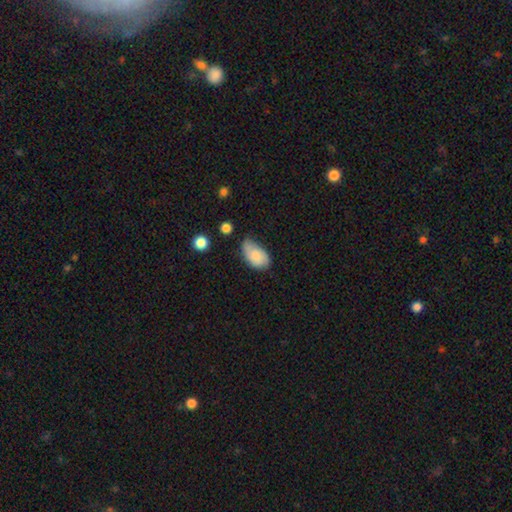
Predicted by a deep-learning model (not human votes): Smooth or featured? Predicted: smooth (p=0.79). How rounded? Predicted: in between (p=0.93). Merging? Predicted: minor disturbance (p=0.44).